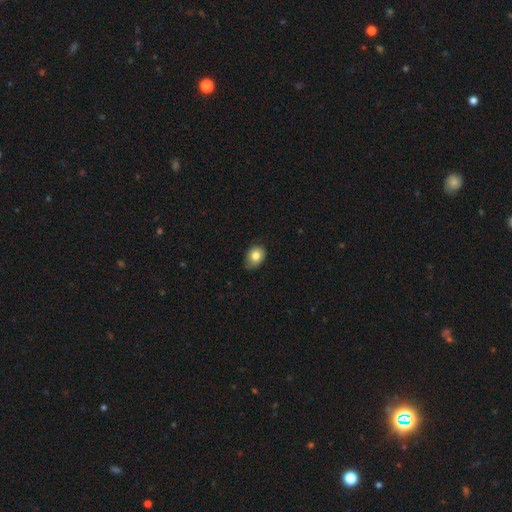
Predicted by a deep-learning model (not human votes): Smooth or featured: smooth — 80% (featured or disk — 12%)
How rounded: in between — 59% (round — 41%)
Merging: none — 65% (minor disturbance — 29%)